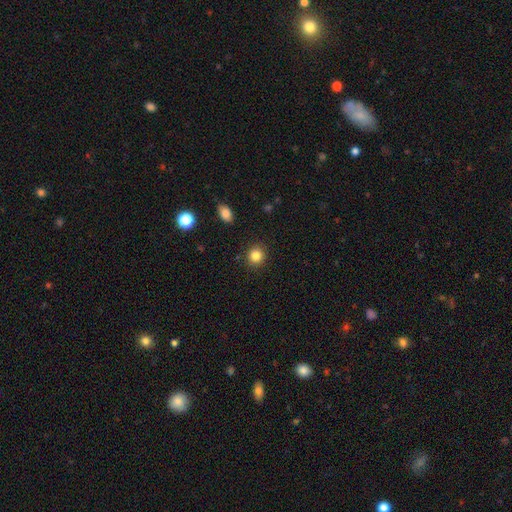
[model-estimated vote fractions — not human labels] smooth_or_featured: smooth (p=0.84) [alt: star or artifact p=0.10]
how_rounded: round (p=0.89) [alt: in between p=0.10]
merging: none (p=0.90) [alt: minor disturbance p=0.06]